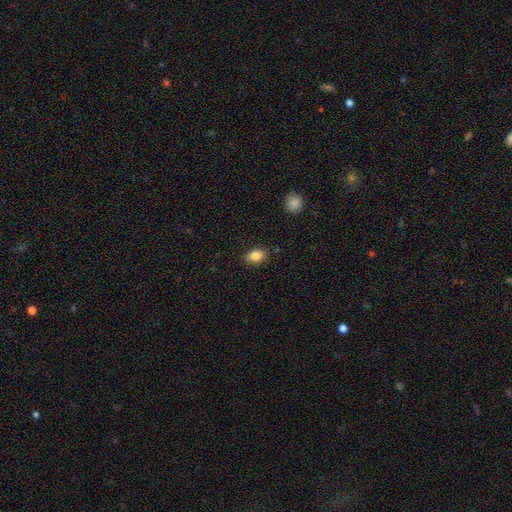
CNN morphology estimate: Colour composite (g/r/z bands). It shows a smooth galaxy with no disk features (86%) that is in between round and cigar-shaped (84%). Merging: none (84%).